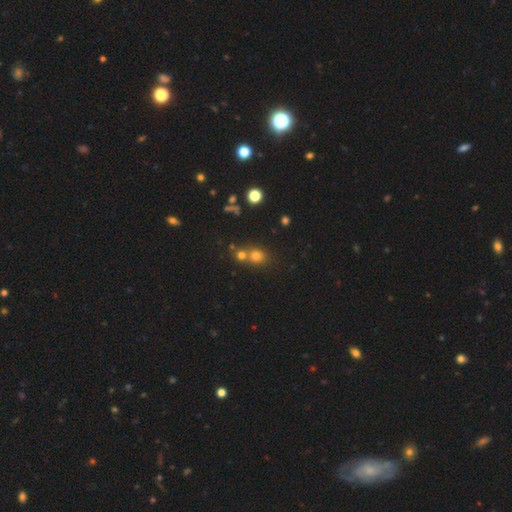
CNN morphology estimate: type=smooth (68%); roundness=round (78%); merging=none (50%).